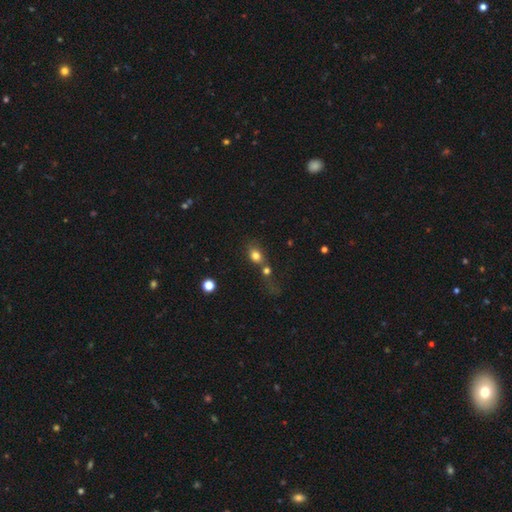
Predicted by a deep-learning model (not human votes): smooth-or-featured: smooth: 78% | star or artifact: 12% | featured or disk: 10%
  how-rounded: in between: 53% | round: 44% | cigar-shaped: 2%
  merging: none: 43% | merger: 35% | minor disturbance: 13% | major disturbance: 10%